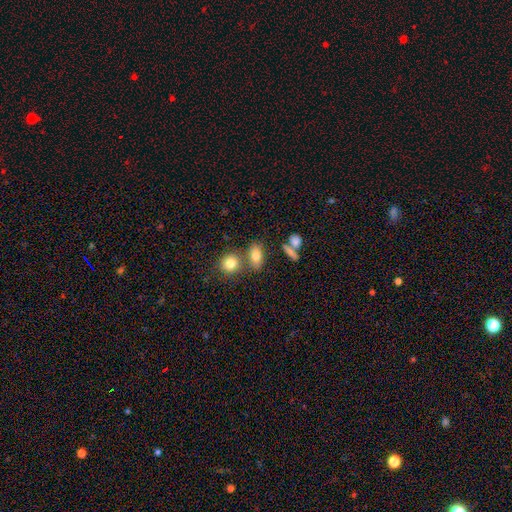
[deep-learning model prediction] Q: Smooth or featured?
A: smooth (77%); runner-up: featured or disk (12%)
Q: How rounded?
A: in between (75%); runner-up: round (18%)
Q: Merging?
A: none (63%); runner-up: merger (22%)